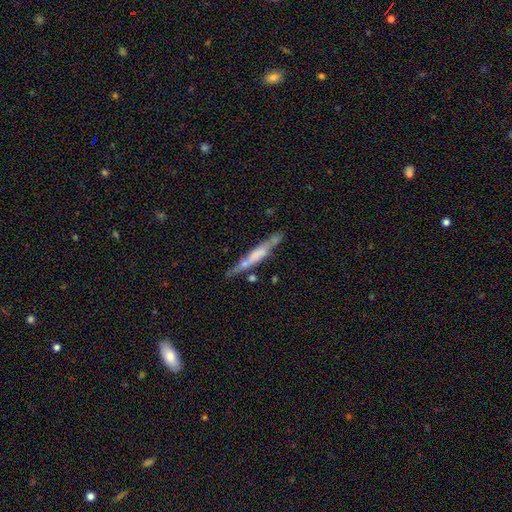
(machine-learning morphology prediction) The model was most divided on "smooth or featured": featured or disk: 54%, smooth: 39%, star or artifact: 7%. More confident: edge-on disk — yes (88%); merging — none (67%).